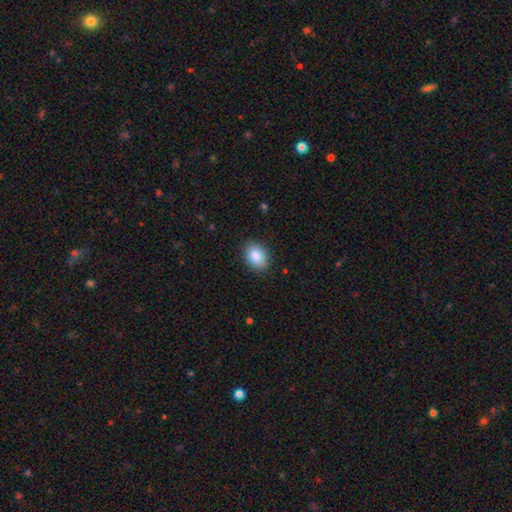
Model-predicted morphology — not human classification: smooth-or-featured: smooth: 86% | star or artifact: 8% | featured or disk: 6%
  how-rounded: in between: 71% | round: 28% | cigar-shaped: 1%
  merging: none: 87% | minor disturbance: 10% | major disturbance: 2% | merger: 1%